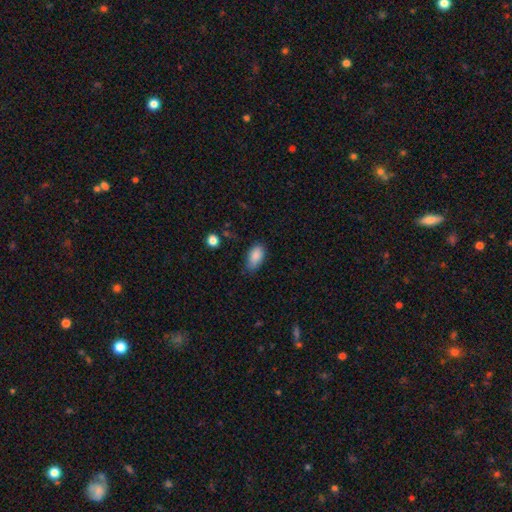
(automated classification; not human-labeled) smooth_or_featured: smooth (p=0.87) [alt: star or artifact p=0.08]
how_rounded: in between (p=0.93) [alt: round p=0.04]
merging: none (p=0.65) [alt: minor disturbance p=0.29]